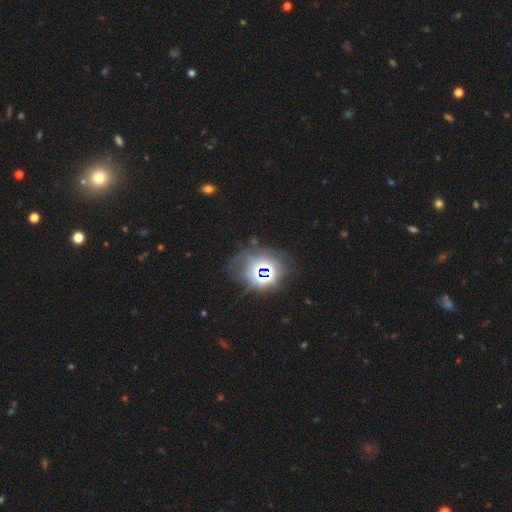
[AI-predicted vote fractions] Smooth or featured? Predicted: star or artifact (p=0.69).